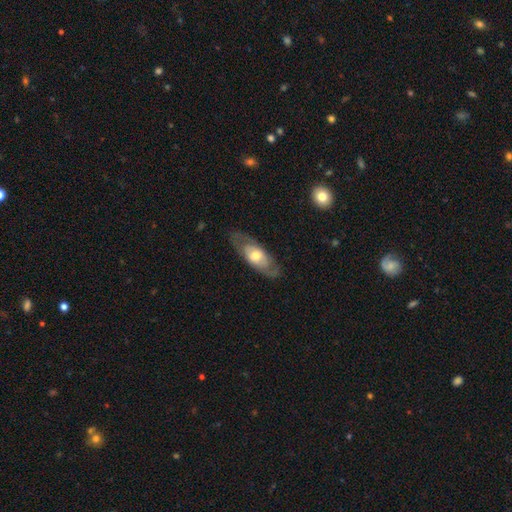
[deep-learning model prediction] featured or disk 56%, smooth 39%, star or artifact 5%. Down the decision tree: edge-on disk — no (77%); merging — none (75%).